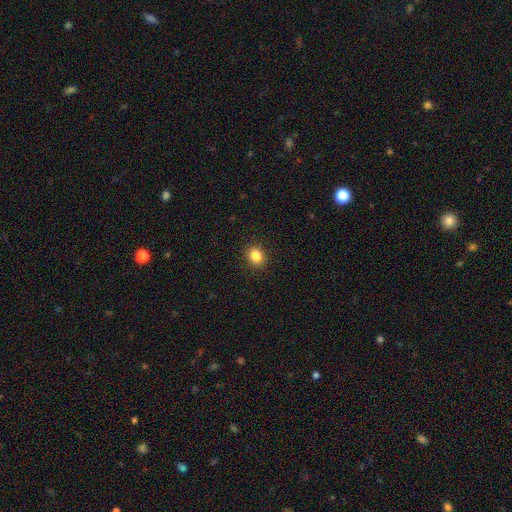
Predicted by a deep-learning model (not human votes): smooth 85%, star or artifact 11%, featured or disk 4%. Down the decision tree: how rounded — round (73%); merging — none (90%).